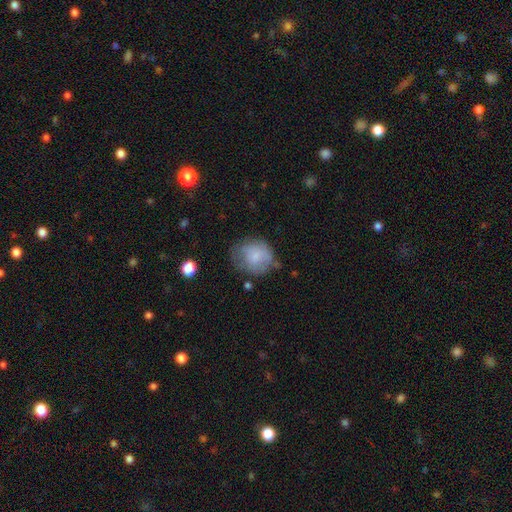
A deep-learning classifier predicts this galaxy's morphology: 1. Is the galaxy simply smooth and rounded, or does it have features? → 71% smooth, 20% featured or disk, 8% star or artifact.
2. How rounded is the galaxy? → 74% round, 25% in between, 1% cigar-shaped.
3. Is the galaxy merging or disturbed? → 50% none, 31% minor disturbance, 16% major disturbance, 3% merger.